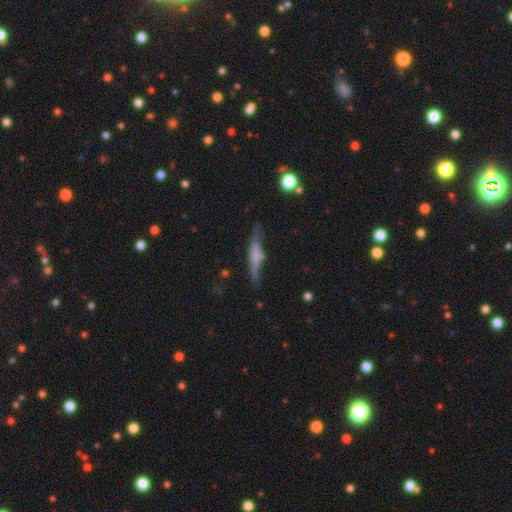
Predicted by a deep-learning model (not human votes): smooth_or_featured: featured or disk (p=0.46) [tied with: smooth p=0.46]
merging: none (p=0.73) [alt: minor disturbance p=0.17]